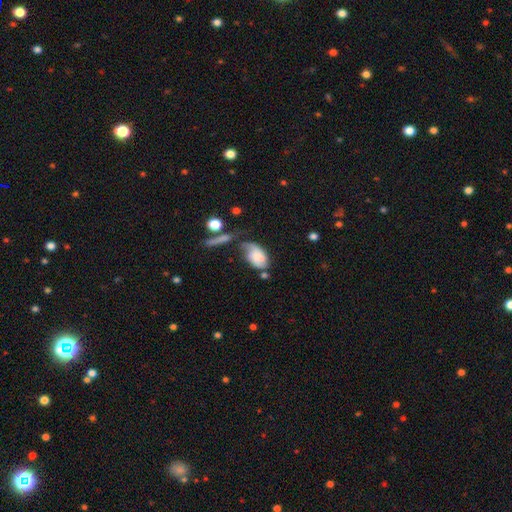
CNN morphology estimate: The model was most divided on "smooth or featured" (2-way tie): featured or disk: 46%, smooth: 46%, star or artifact: 9%. Remaining: merging — none (31%).